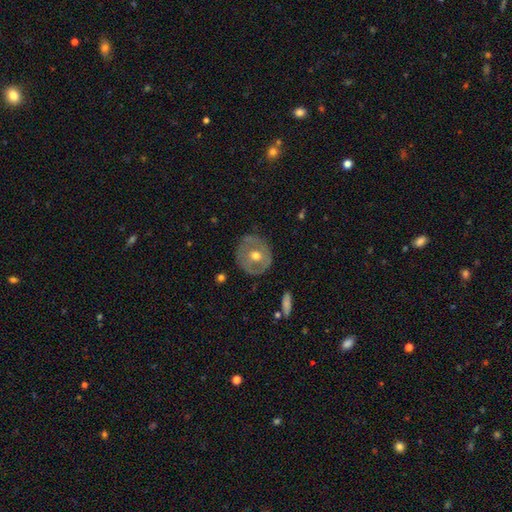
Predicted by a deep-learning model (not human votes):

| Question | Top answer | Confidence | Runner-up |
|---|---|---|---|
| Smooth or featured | featured or disk | 59% | smooth (35%) |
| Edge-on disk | no | 95% | yes (5%) |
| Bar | no | 73% | weak (21%) |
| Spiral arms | no | 72% | yes (28%) |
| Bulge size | moderate | 77% | small (17%) |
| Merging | none | 78% | minor disturbance (15%) |